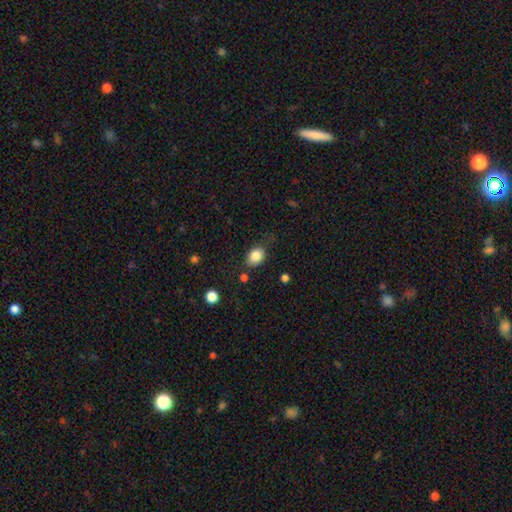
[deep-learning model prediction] Q: Smooth or featured?
A: smooth (84%); runner-up: star or artifact (9%)
Q: How rounded?
A: in between (65%); runner-up: round (34%)
Q: Merging?
A: none (73%); runner-up: minor disturbance (18%)